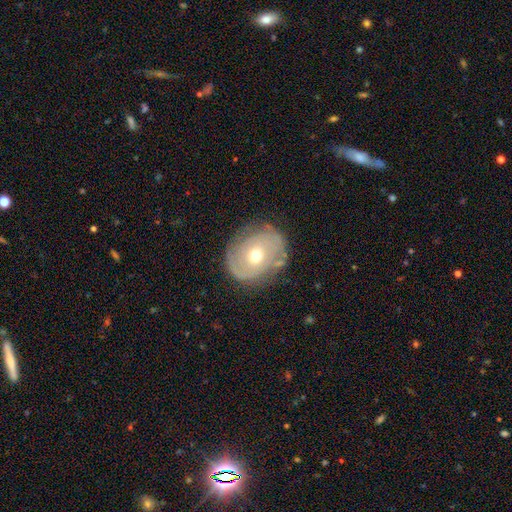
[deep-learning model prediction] Morphology: type=featured or disk (63%); edge-on=no (95%); bar=no (79%); spiral arms=yes (66%); bulge=moderate (64%); merging=none (70%).